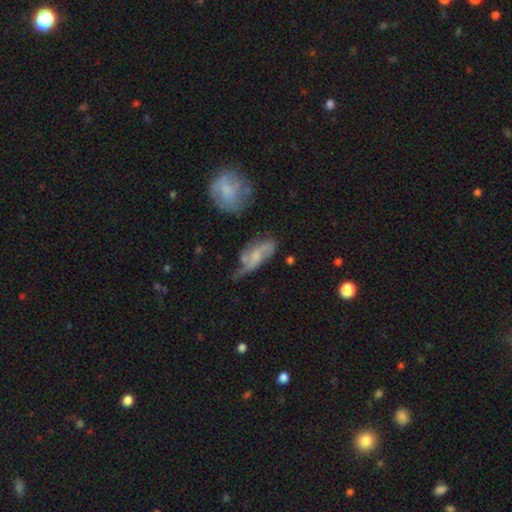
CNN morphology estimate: Smooth or featured: featured or disk — 56% (smooth — 35%)
Edge-on disk: no — 88% (yes — 12%)
Merging: none — 37% (minor disturbance — 33%)